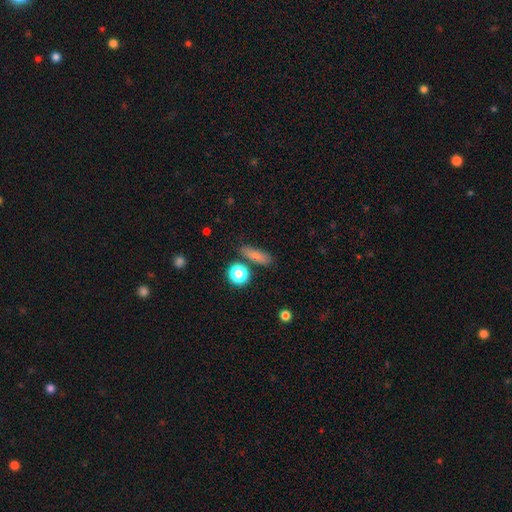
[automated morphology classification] A smooth galaxy with no disk features (77%) that is cigar-shaped (45%). Merging: none (78%).